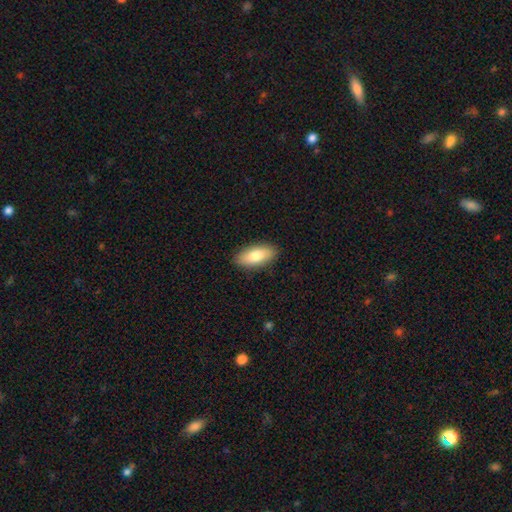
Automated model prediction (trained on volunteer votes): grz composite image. It shows a smooth galaxy with no disk features (81%) that is in between round and cigar-shaped (87%). Merging: none (89%).